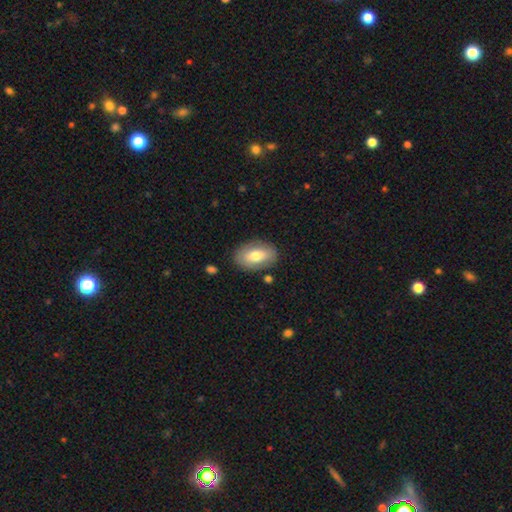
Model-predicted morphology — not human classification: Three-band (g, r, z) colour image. It shows a smooth galaxy with no disk features (69%) that is in between round and cigar-shaped (89%). Merging: none (82%).